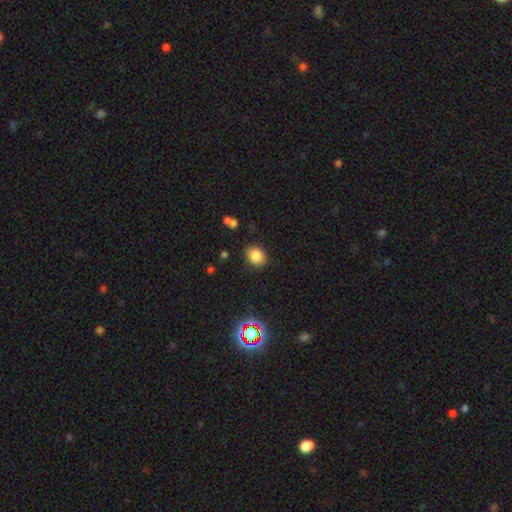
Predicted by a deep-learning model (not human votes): smooth 82%, star or artifact 12%, featured or disk 6%. Down the decision tree: how rounded — round (56%); merging — none (85%).